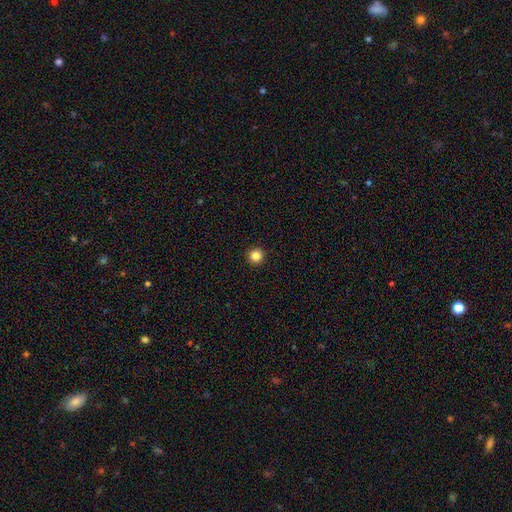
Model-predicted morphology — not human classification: smooth 85%, star or artifact 11%, featured or disk 4%. Down the decision tree: how rounded — round (97%); merging — none (94%).